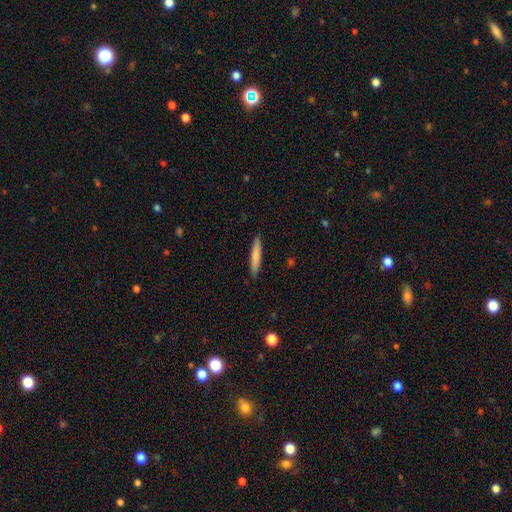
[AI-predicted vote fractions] A smooth galaxy with no disk features (77%) that is cigar-shaped (94%).

Vote fractions:
- Smooth or featured? smooth: 77% / featured or disk: 17% / star or artifact: 5%
- How rounded? cigar-shaped: 94% / in between: 5% / round: 1%
- Merging? none: 91% / minor disturbance: 7% / major disturbance: 1% / merger: 1%